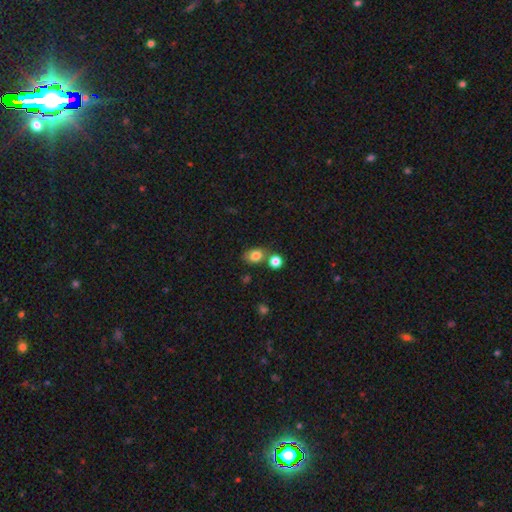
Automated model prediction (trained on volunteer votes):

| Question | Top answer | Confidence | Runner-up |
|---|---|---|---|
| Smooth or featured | smooth | 82% | star or artifact (11%) |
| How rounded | in between | 66% | round (33%) |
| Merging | none | 61% | merger (21%) |